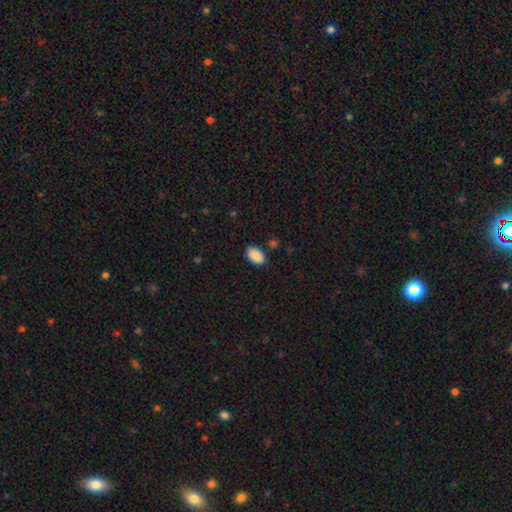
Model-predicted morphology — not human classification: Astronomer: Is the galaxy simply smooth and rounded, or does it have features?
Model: smooth — 90%.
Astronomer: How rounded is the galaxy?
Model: in between — 91%.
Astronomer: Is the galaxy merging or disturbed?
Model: none — 82%.